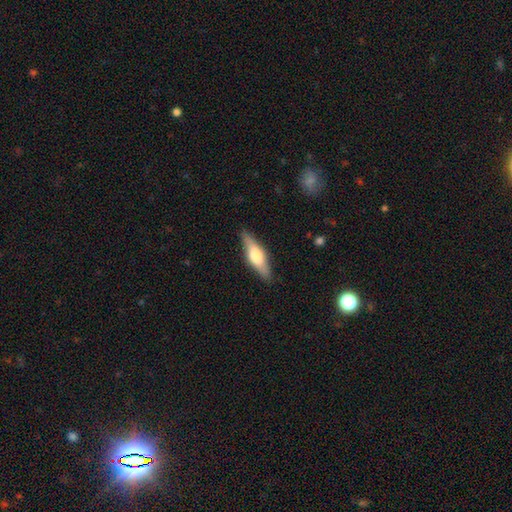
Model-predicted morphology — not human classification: Smooth or featured: smooth — 48% (featured or disk — 46%)
Merging: none — 86% (minor disturbance — 11%)